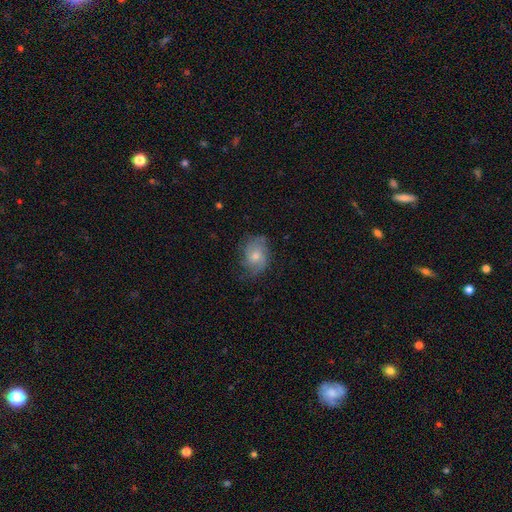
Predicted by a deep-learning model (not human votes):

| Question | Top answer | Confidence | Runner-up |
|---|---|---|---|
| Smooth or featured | featured or disk | 51% | smooth (41%) |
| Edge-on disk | no | 96% | yes (4%) |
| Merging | none | 63% | minor disturbance (26%) |